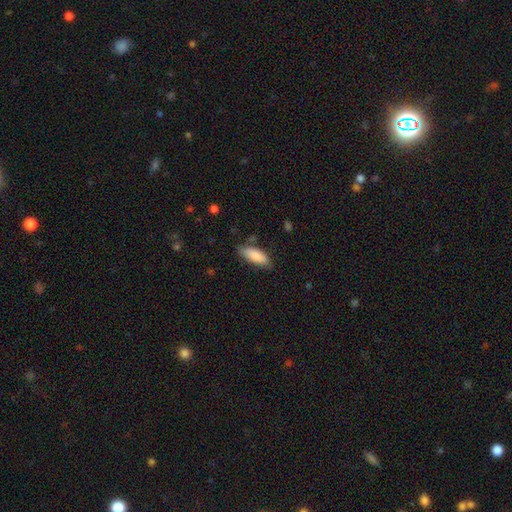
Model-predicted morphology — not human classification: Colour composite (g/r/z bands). It shows a smooth galaxy with no disk features (86%) that is in between round and cigar-shaped (74%). Merging: none (74%).